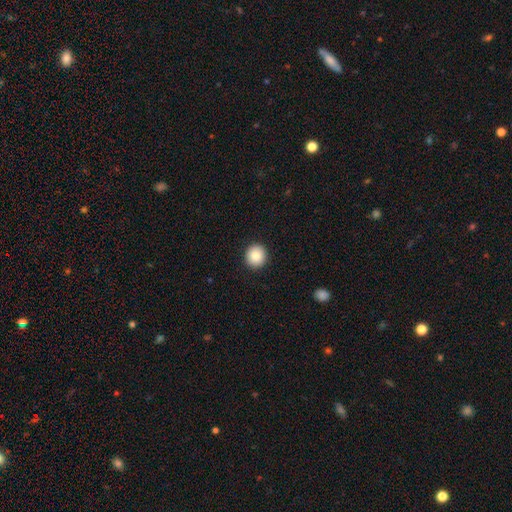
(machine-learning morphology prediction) smooth_or_featured: smooth (p=0.86) [alt: star or artifact p=0.08]
how_rounded: round (p=0.92) [alt: in between p=0.07]
merging: none (p=0.92) [alt: minor disturbance p=0.05]